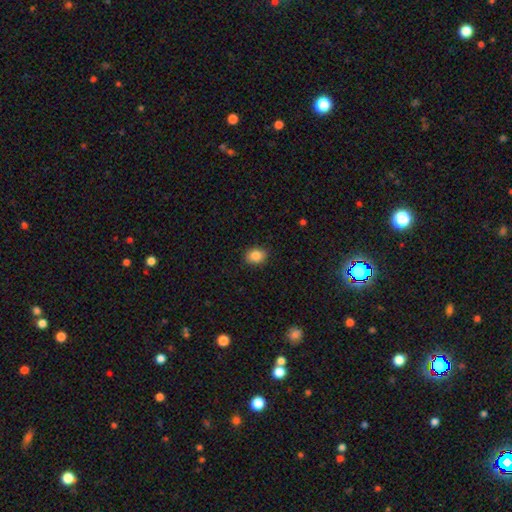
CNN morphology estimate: smooth 87%, star or artifact 9%, featured or disk 4%. Down the decision tree: how rounded — in between (51%); merging — none (89%).